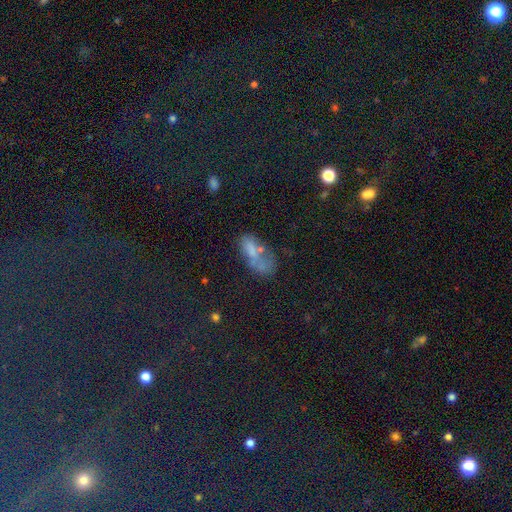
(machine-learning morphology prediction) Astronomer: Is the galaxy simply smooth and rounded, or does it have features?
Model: smooth — 44% (runner-up: star or artifact, 37%).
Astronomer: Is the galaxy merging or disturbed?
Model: none — 38% (runner-up: merger, 23%).